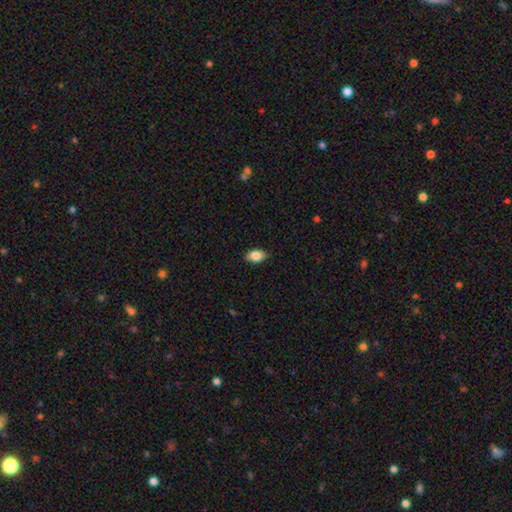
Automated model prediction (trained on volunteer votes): Smooth or featured?
  - smooth: 86% *
  - star or artifact: 7%
  - featured or disk: 6%
How rounded?
  - in between: 89% *
  - round: 9%
  - cigar-shaped: 2%
Merging?
  - none: 88% *
  - minor disturbance: 10%
  - major disturbance: 2%
  - merger: 1%